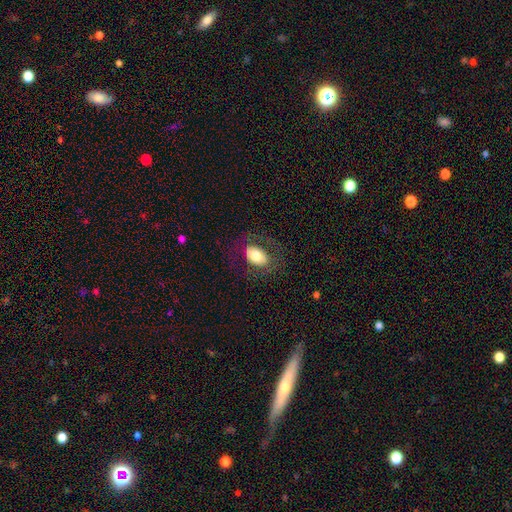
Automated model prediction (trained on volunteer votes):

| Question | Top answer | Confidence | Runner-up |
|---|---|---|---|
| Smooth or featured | smooth | 68% | featured or disk (25%) |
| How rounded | in between | 83% | round (15%) |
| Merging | none | 76% | minor disturbance (13%) |